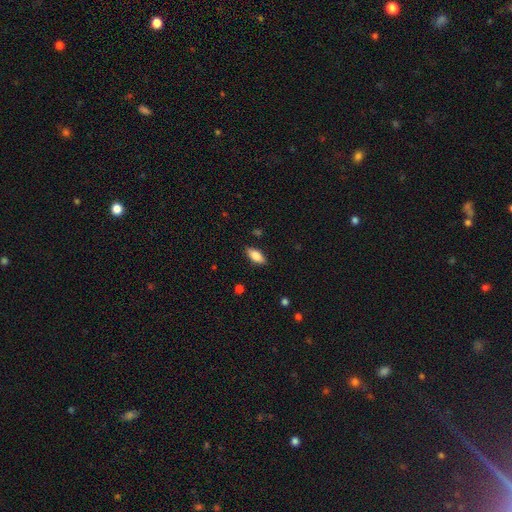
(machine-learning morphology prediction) The model was most divided on "smooth or featured": smooth: 79%, featured or disk: 14%, star or artifact: 7%. More confident: merging — none (86%); how rounded — in between (83%).